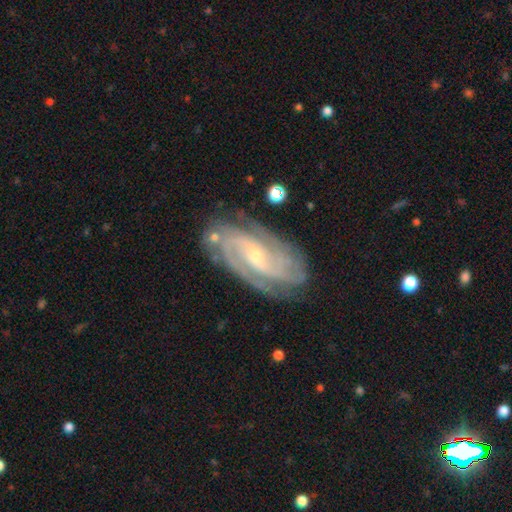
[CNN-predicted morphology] smooth-or-featured: featured or disk: 89% | star or artifact: 5% | smooth: 5%
  disk-edge-on: no: 95% | yes: 5%
    bar: no: 46% | weak: 37% | strong: 16%
    has-spiral-arms: yes: 98% | no: 2%
      spiral-winding: tight: 59% | medium: 35% | loose: 6%
      spiral-arm-count: 2: 36% | 3: 26% | can't tell: 16% | 4: 12% | more than 4: 5% | 1: 5%
    bulge-size: small: 72% | moderate: 25% | none: 1% | large: 1% | dominant: 1%
  merging: none: 78% | minor disturbance: 16% | major disturbance: 4% | merger: 2%